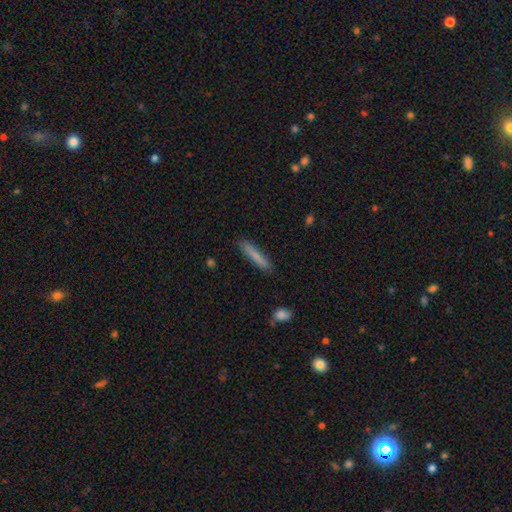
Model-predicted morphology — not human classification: Smooth or featured? smooth (80%)
How rounded? cigar-shaped (93%)
Merging? none (87%)